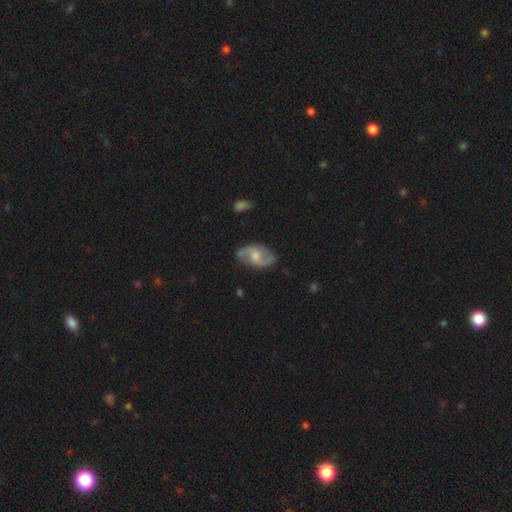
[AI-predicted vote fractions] This appears to be a featured or disk galaxy (82%) with a weak bar (47%), 2 (92%) loose (48%) spiral arms (95%) and a moderate central bulge (53%). Merging: none (77%).